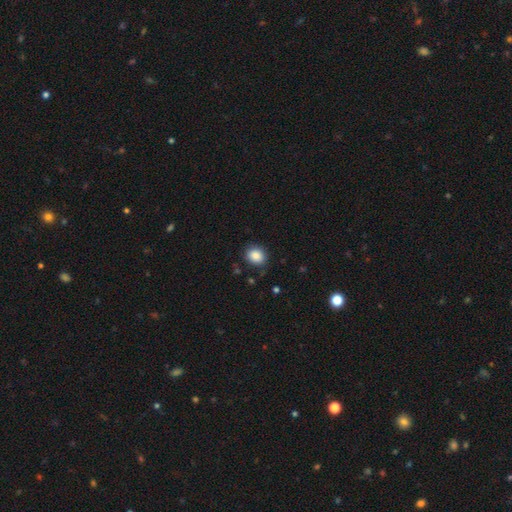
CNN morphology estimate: A smooth galaxy with no disk features (87%) that is round (61%).

Vote fractions:
- Smooth or featured? smooth: 87% / star or artifact: 9% / featured or disk: 5%
- How rounded? round: 61% / in between: 38% / cigar-shaped: 1%
- Merging? none: 84% / minor disturbance: 12% / major disturbance: 3% / merger: 2%